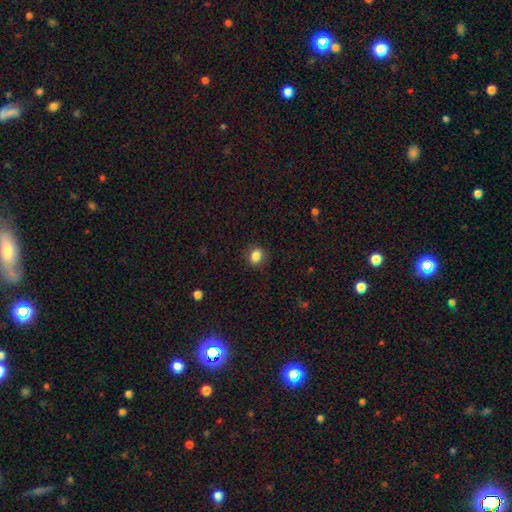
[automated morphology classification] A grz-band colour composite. It shows a smooth galaxy with no disk features (85%) that is round (56%). Merging: none (86%).